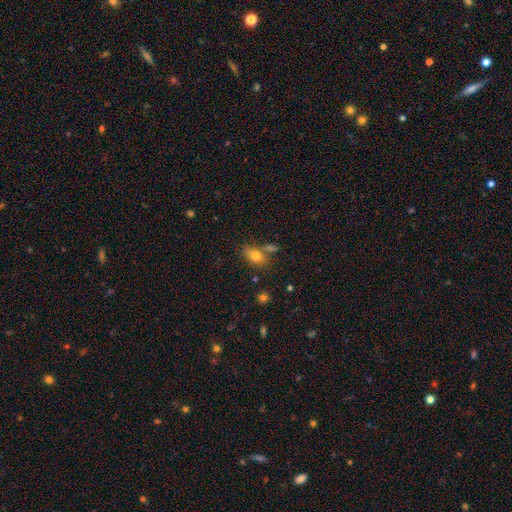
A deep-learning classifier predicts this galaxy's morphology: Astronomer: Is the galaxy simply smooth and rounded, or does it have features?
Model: smooth — 75%.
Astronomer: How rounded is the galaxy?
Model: in between — 84%.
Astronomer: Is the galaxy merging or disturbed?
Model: none — 62%.